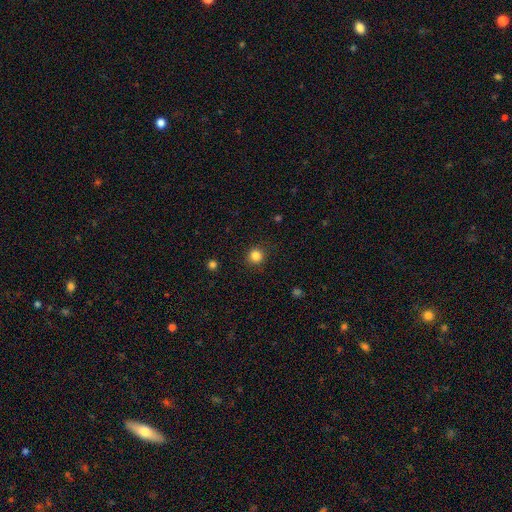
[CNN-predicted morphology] The model was most divided on "smooth or featured": smooth: 84%, star or artifact: 12%, featured or disk: 4%. More confident: how rounded — round (94%); merging — none (90%).